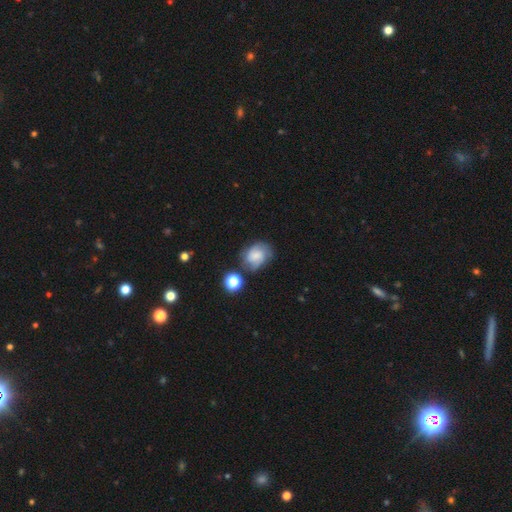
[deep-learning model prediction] smooth-or-featured: smooth: 45% | featured or disk: 44% | star or artifact: 11%
  merging: none: 58% | minor disturbance: 24% | major disturbance: 10% | merger: 8%